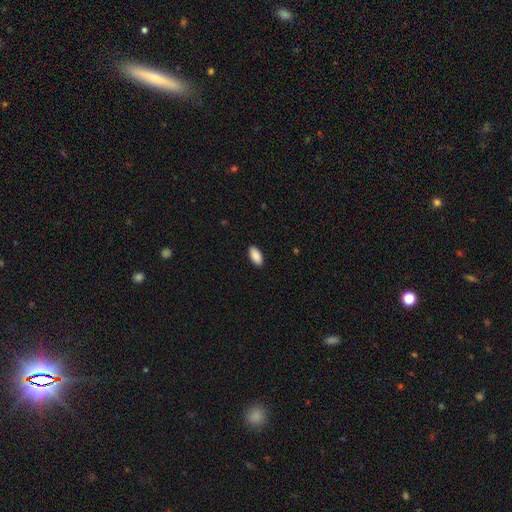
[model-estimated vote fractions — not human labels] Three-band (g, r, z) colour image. It shows a smooth galaxy with no disk features (91%) that is in between round and cigar-shaped (92%). Merging: none (90%).